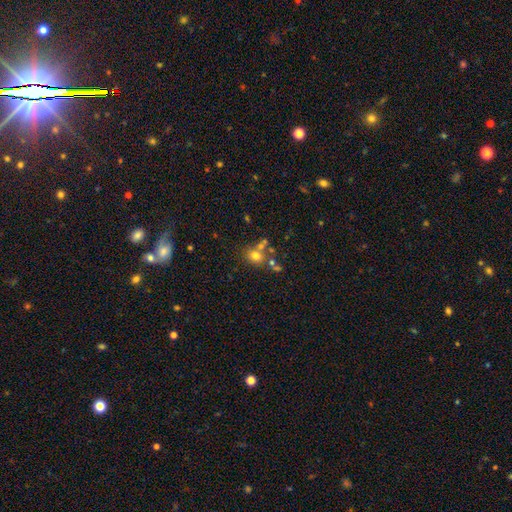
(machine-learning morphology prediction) Smooth or featured: smooth — 68% (star or artifact — 17%)
How rounded: round — 68% (in between — 31%)
Merging: none — 52% (merger — 28%)